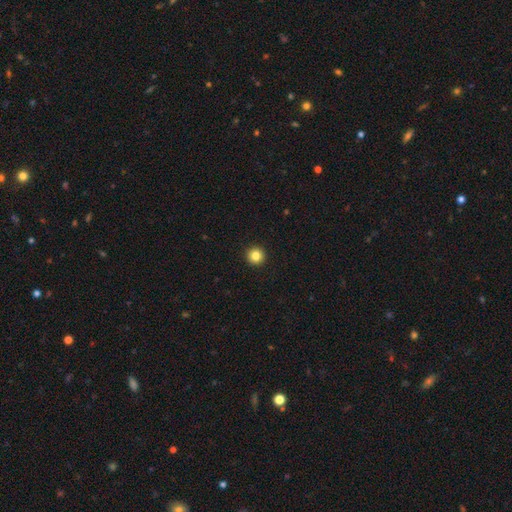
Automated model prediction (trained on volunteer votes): This is clearly a smooth galaxy (84%). How rounded: clearly round (96%). Merging: clearly none (94%).